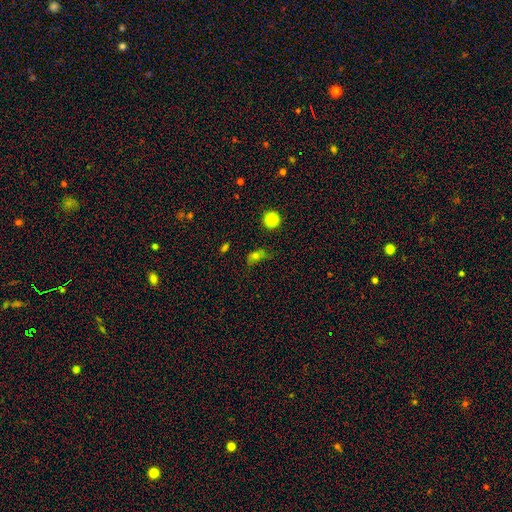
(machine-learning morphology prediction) A smooth galaxy with no disk features (62%) that is in between round and cigar-shaped (62%). Merging: none (46%).